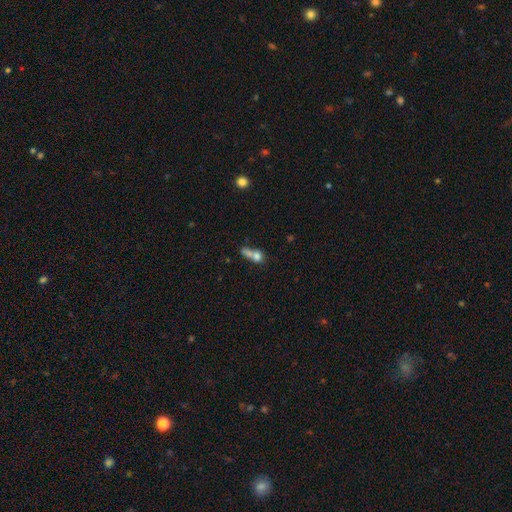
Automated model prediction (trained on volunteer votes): Smooth or featured: smooth — 70% (featured or disk — 19%)
How rounded: round — 55% (in between — 38%)
Merging: merger — 61% (none — 21%)